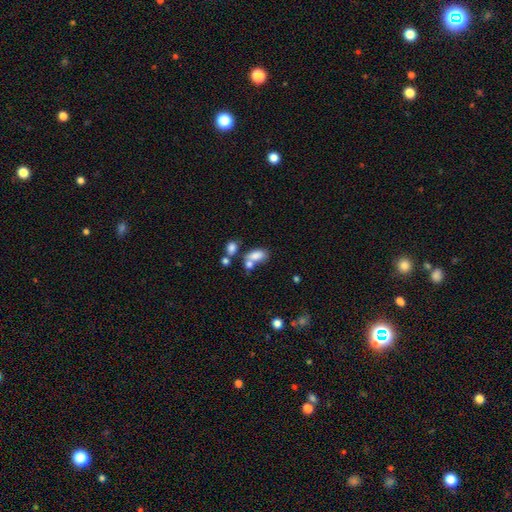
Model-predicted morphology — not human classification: type=smooth (78%); roundness=in between (88%); merging=merger (44%).